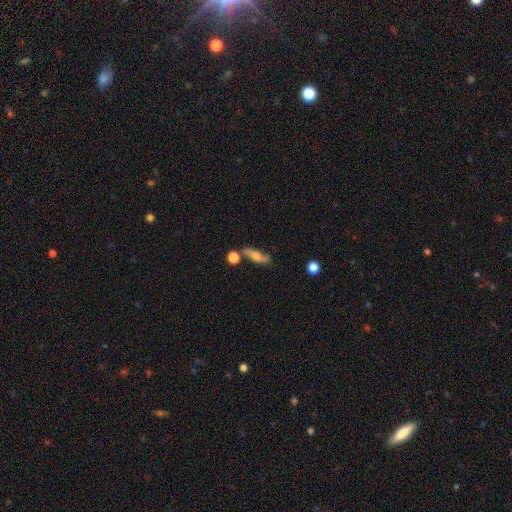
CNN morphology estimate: A smooth galaxy with no disk features (55%) that is in between round and cigar-shaped (51%). Merging: none (63%).